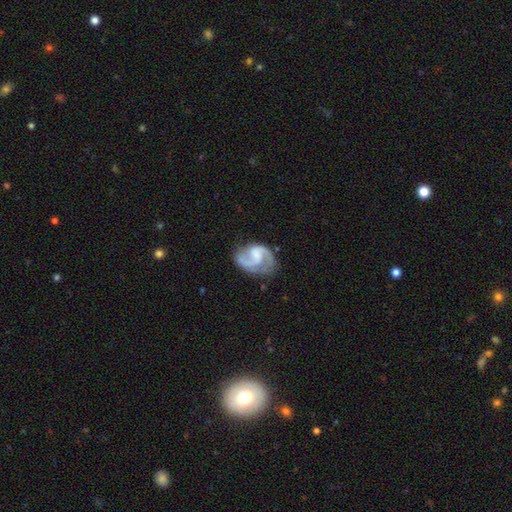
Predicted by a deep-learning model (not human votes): Smooth or featured? Predicted: featured or disk (p=0.87). Edge-on disk? Predicted: no (p=0.98). Bar? Predicted: weak (p=0.51). Spiral arms? Predicted: yes (p=0.97). Spiral winding? Predicted: medium (p=0.56). Spiral arm count? Predicted: 2 (p=0.90). Bulge size? Predicted: none (p=0.37). Merging? Predicted: none (p=0.69).